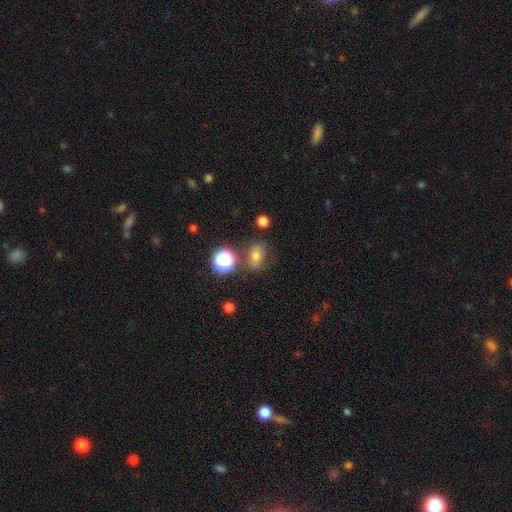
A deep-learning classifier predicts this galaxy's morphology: A smooth galaxy with no disk features (54%) that is in between round and cigar-shaped (56%).

Vote fractions:
- Smooth or featured? smooth: 54% / star or artifact: 28% / featured or disk: 18%
- How rounded? in between: 56% / round: 42% / cigar-shaped: 2%
- Merging? none: 73% / minor disturbance: 14% / merger: 7% / major disturbance: 6%